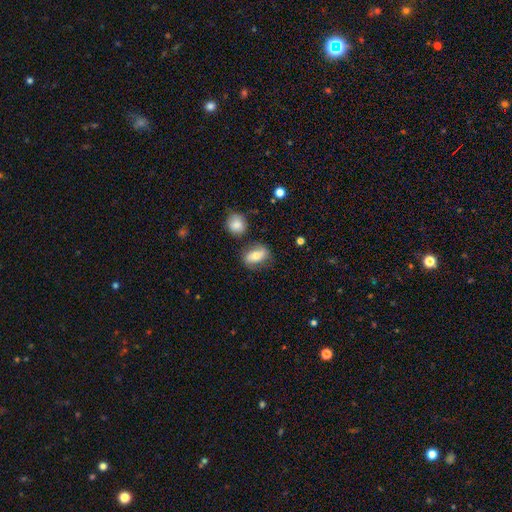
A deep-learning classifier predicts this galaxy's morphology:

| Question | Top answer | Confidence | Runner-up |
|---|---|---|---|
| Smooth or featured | smooth | 70% | featured or disk (22%) |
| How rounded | in between | 81% | round (13%) |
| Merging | none | 67% | minor disturbance (19%) |